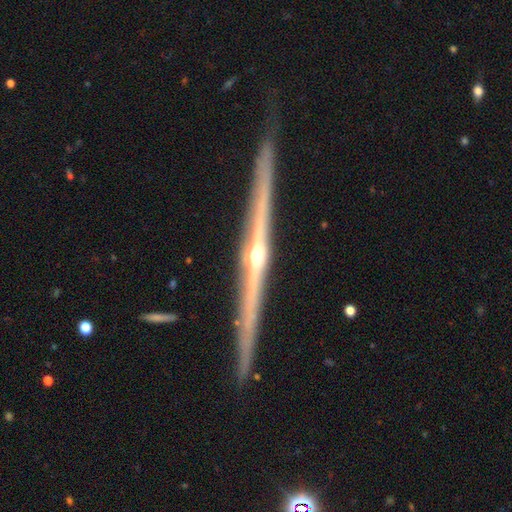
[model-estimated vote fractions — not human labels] Overall: featured or disk (87%). Edge-on disk: yes (98%). Edge-on bulge: rounded (87%). Merging: none (89%).